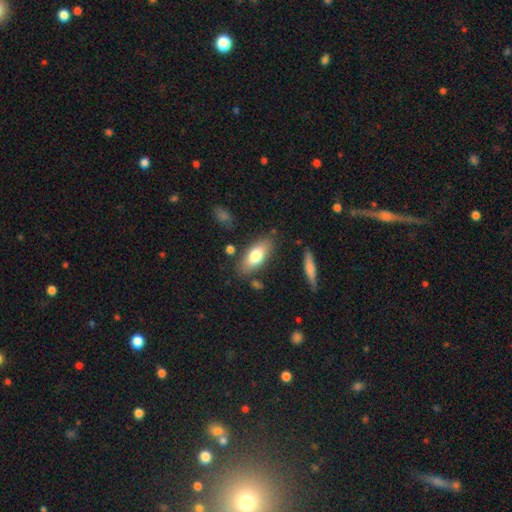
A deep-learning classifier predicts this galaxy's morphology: A smooth galaxy with no disk features (74%) that is in between round and cigar-shaped (81%). Merging: none (79%).